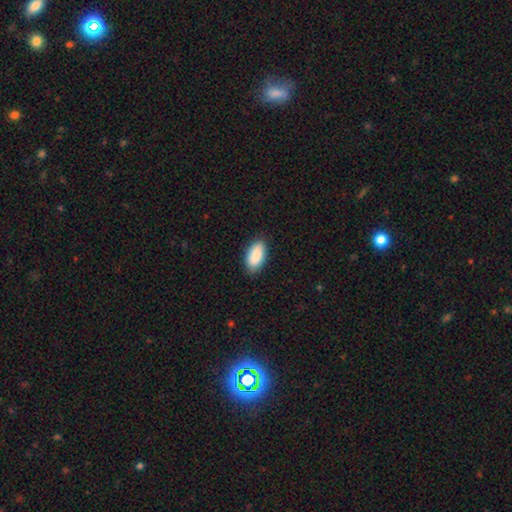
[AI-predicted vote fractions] This appears to be a smooth galaxy with no disk features (89%) that is in between round and cigar-shaped (93%). Merging: none (86%).